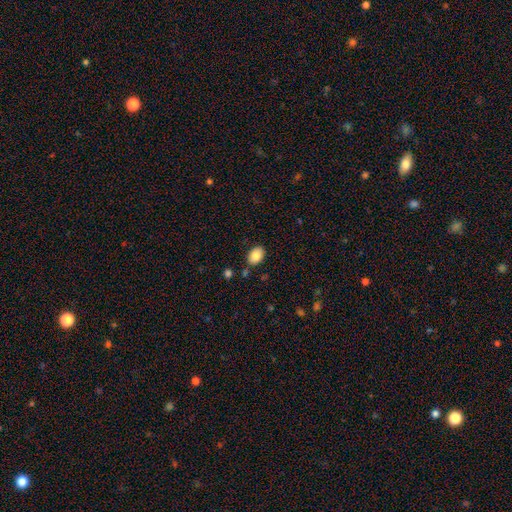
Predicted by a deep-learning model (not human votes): A smooth galaxy with no disk features (84%) that is in between round and cigar-shaped (80%). Merging: none (83%).